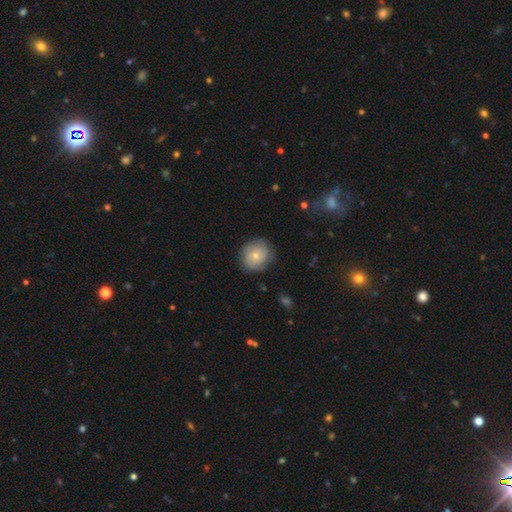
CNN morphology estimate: smooth_or_featured: smooth (p=0.65) [alt: featured or disk p=0.28]
how_rounded: round (p=0.80) [alt: in between p=0.19]
merging: none (p=0.77) [alt: minor disturbance p=0.17]